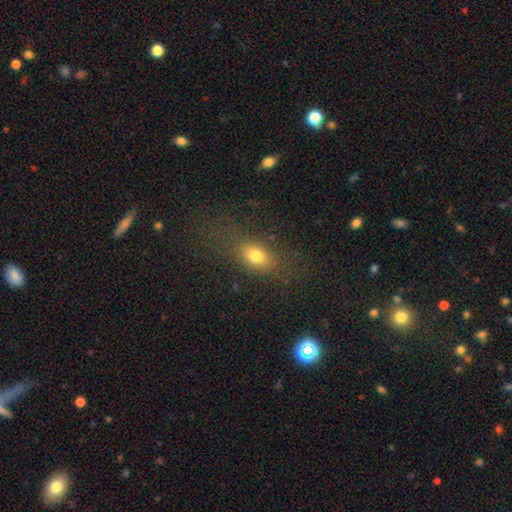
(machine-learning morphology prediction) Smooth or featured? Predicted: smooth (p=0.74). How rounded? Predicted: in between (p=0.71). Merging? Predicted: none (p=0.69).